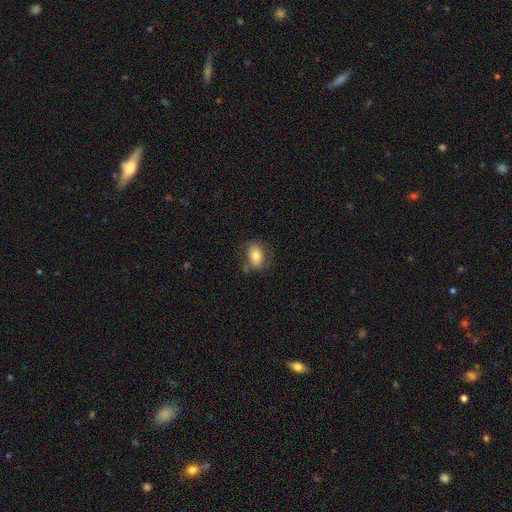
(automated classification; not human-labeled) This appears to be a smooth galaxy with no disk features (75%) that is in between round and cigar-shaped (80%). Merging: none (68%).